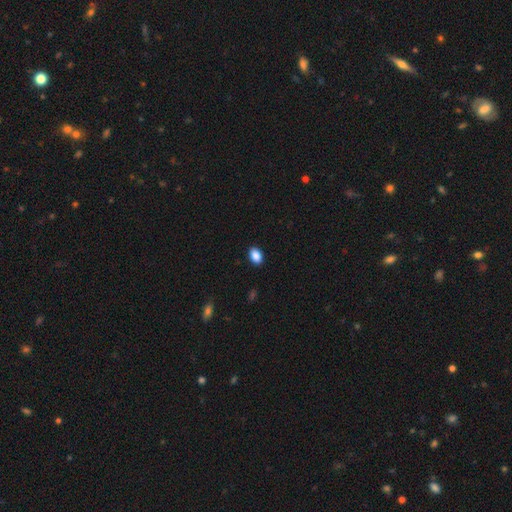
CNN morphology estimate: smooth 89%, star or artifact 8%, featured or disk 3%. Down the decision tree: how rounded — in between (87%); merging — none (90%).